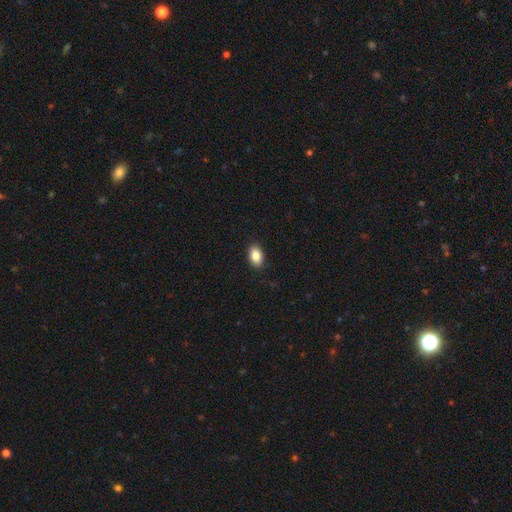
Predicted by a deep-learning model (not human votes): Morphology: type=smooth (87%); roundness=in between (90%); merging=none (89%).